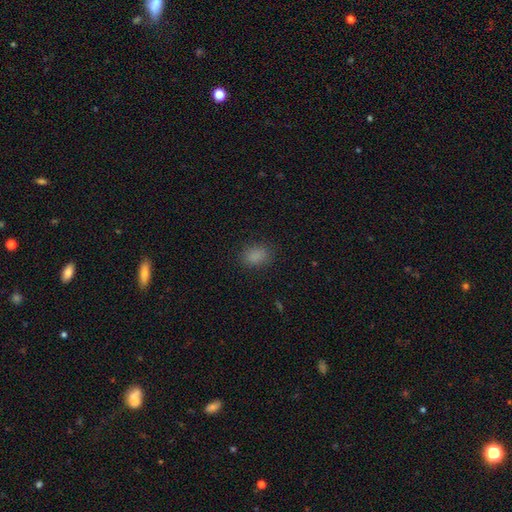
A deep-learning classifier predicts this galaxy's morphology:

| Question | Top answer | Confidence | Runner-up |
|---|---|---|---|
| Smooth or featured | smooth | 84% | star or artifact (13%) |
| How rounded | in between | 70% | round (28%) |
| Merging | none | 85% | minor disturbance (11%) |